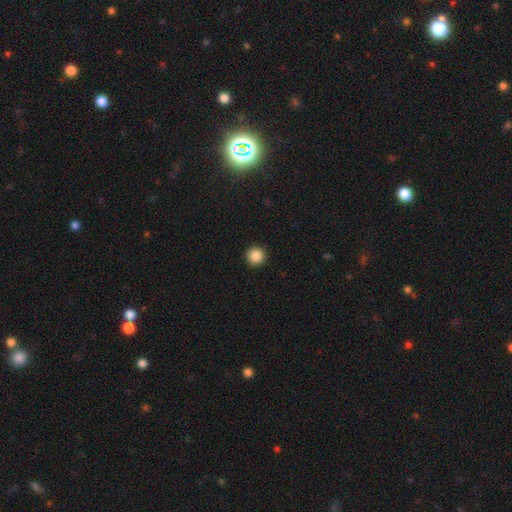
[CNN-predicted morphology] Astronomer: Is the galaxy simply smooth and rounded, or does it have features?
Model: smooth — 87%.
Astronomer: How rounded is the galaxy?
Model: round — 96%.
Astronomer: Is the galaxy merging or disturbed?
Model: none — 93%.